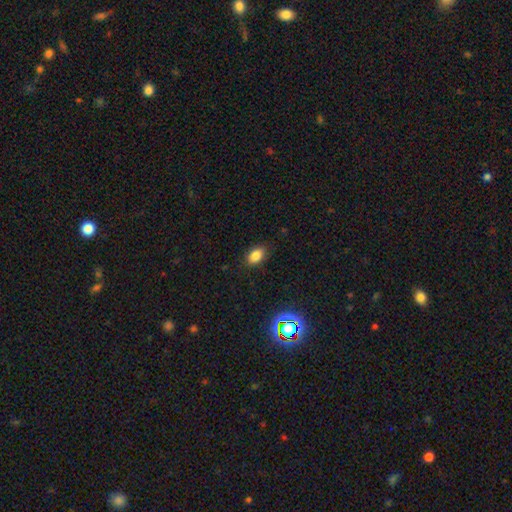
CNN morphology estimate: Smooth or featured? smooth (82%)
How rounded? in between (84%)
Merging? none (85%)